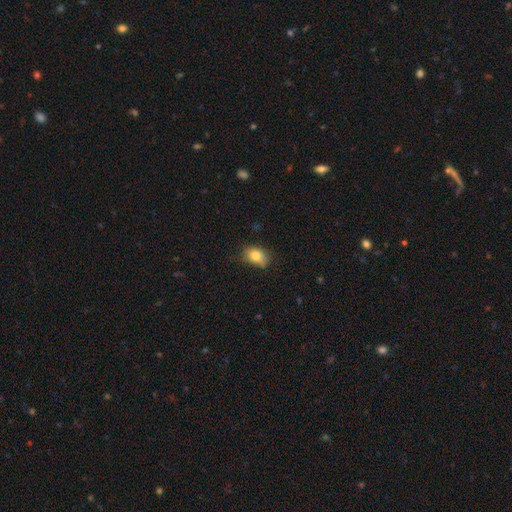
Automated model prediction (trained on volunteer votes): A smooth galaxy with no disk features (82%) that is in between round and cigar-shaped (78%).

Vote fractions:
- Smooth or featured? smooth: 82% / star or artifact: 9% / featured or disk: 9%
- How rounded? in between: 78% / round: 21% / cigar-shaped: 1%
- Merging? none: 68% / minor disturbance: 26% / major disturbance: 5% / merger: 2%